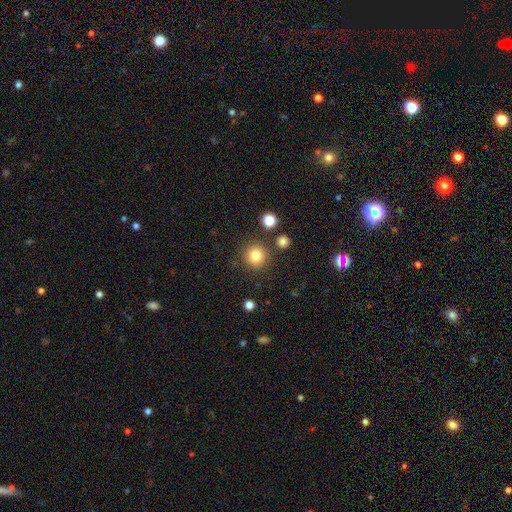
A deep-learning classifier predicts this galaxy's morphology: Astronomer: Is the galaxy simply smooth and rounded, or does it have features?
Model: smooth — 82%.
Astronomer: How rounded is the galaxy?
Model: round — 94%.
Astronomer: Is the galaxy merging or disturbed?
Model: none — 86%.